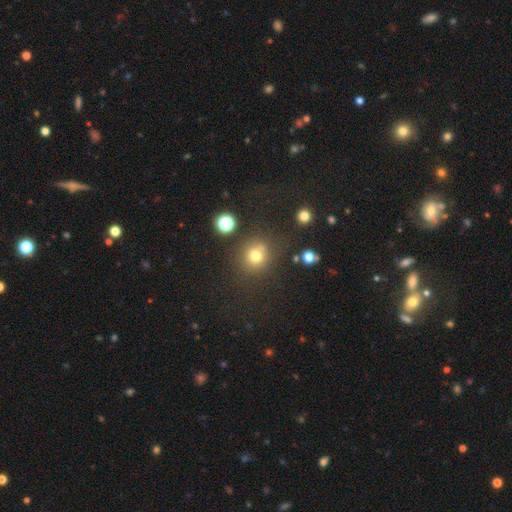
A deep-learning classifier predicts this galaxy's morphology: A smooth galaxy with no disk features (75%) that is round (88%). Merging: none (74%).